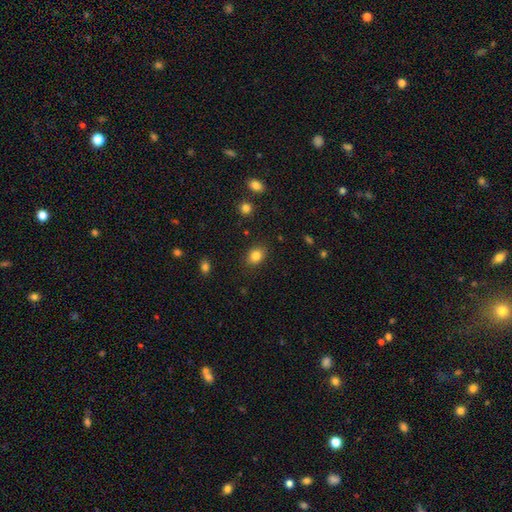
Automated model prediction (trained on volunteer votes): Smooth or featured?
  - smooth: 84% *
  - star or artifact: 10%
  - featured or disk: 6%
How rounded?
  - in between: 58% *
  - round: 41%
  - cigar-shaped: 1%
Merging?
  - none: 86% *
  - minor disturbance: 10%
  - major disturbance: 3%
  - merger: 2%